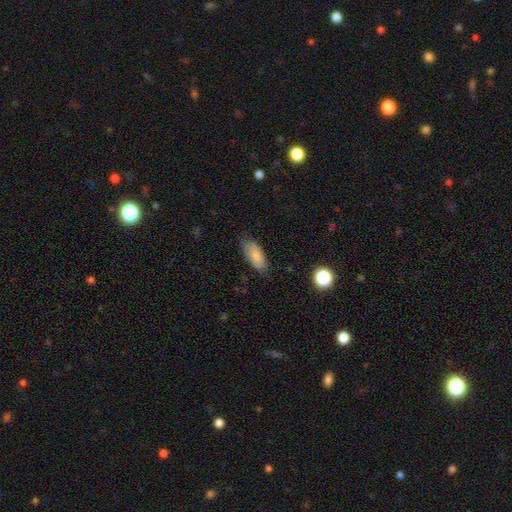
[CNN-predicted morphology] Q: Smooth or featured?
A: smooth (85%); runner-up: featured or disk (8%)
Q: How rounded?
A: in between (86%); runner-up: cigar-shaped (12%)
Q: Merging?
A: none (77%); runner-up: minor disturbance (18%)